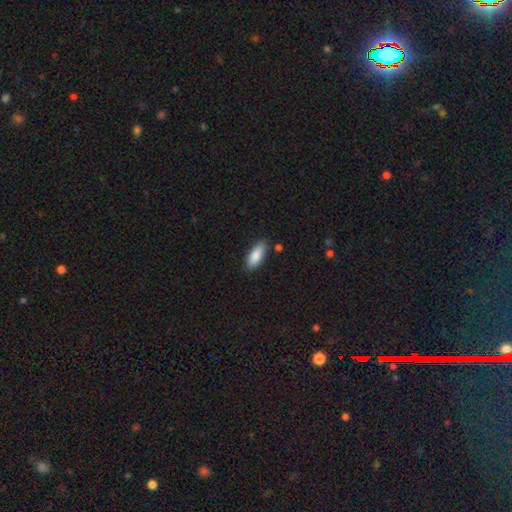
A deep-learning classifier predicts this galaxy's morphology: A smooth galaxy with no disk features (87%) that is in between round and cigar-shaped (74%).

Vote fractions:
- Smooth or featured? smooth: 87% / featured or disk: 7% / star or artifact: 6%
- How rounded? in between: 74% / cigar-shaped: 25% / round: 2%
- Merging? none: 80% / minor disturbance: 14% / merger: 3% / major disturbance: 3%